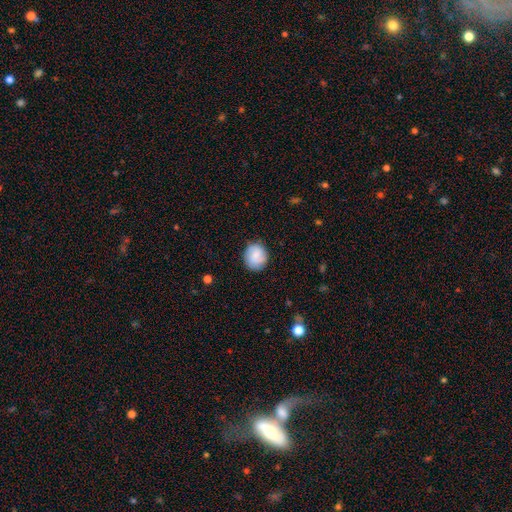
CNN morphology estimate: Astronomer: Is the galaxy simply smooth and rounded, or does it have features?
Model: smooth — 74%.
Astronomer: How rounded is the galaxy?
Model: round — 72%.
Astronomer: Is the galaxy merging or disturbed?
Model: none — 84%.